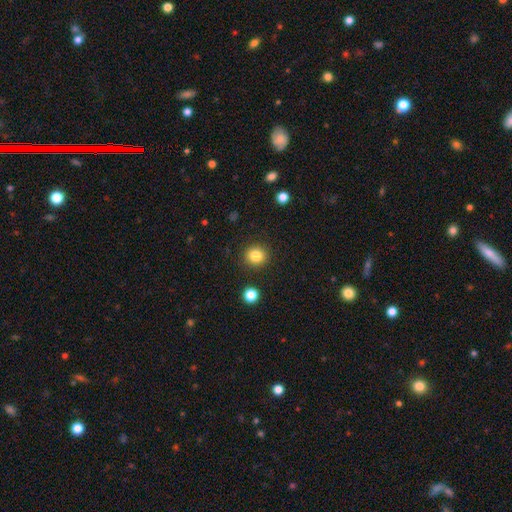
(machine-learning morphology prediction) A smooth galaxy with no disk features (84%) that is round (89%). Merging: none (90%).